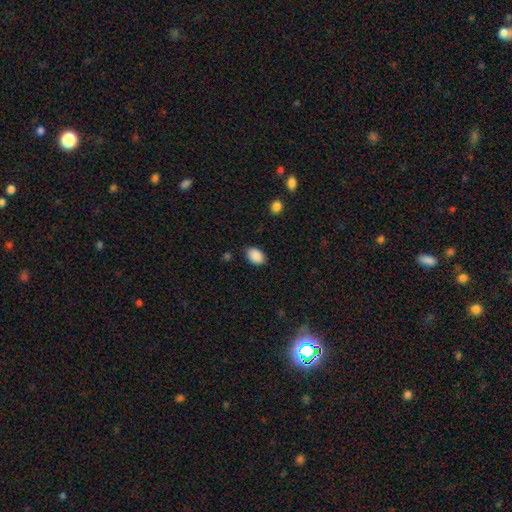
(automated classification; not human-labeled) Q: Smooth or featured?
A: smooth (90%); runner-up: star or artifact (7%)
Q: How rounded?
A: in between (83%); runner-up: round (16%)
Q: Merging?
A: none (83%); runner-up: minor disturbance (13%)